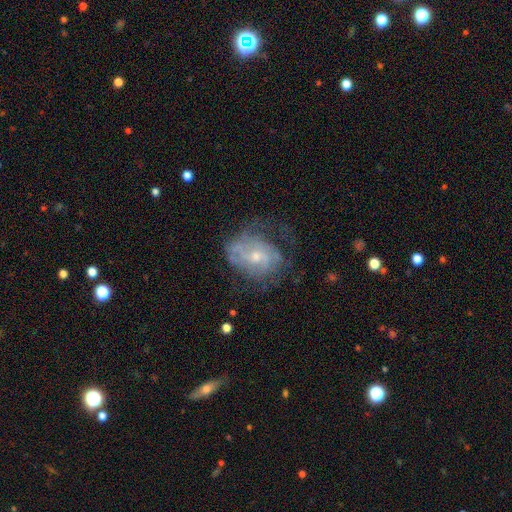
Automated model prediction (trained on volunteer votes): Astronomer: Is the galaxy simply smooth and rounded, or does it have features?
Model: featured or disk — 71%.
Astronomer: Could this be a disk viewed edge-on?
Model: no — 97%.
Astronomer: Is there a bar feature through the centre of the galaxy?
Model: no — 64%.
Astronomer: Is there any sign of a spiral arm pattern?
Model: yes — 75%.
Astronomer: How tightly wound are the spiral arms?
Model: tight — 44% (runner-up: medium, 37%).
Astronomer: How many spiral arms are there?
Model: can't tell — 48% (runner-up: 2, 27%).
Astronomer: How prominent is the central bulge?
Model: small — 54% (runner-up: moderate, 41%).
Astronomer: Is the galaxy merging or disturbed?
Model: none — 48% (runner-up: minor disturbance, 25%).